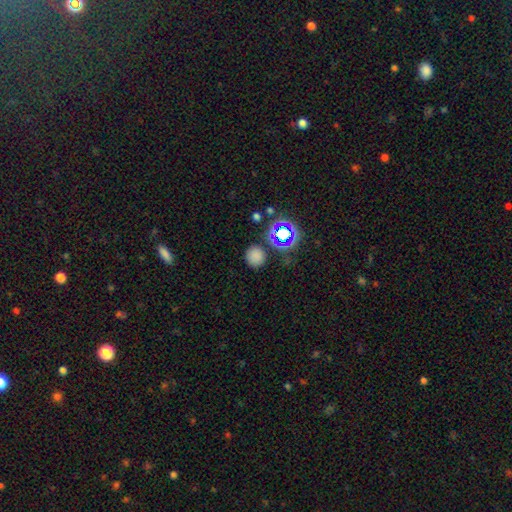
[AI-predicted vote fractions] This is likely a smooth galaxy (74%). How rounded: clearly round (88%). Merging: clearly none (82%).